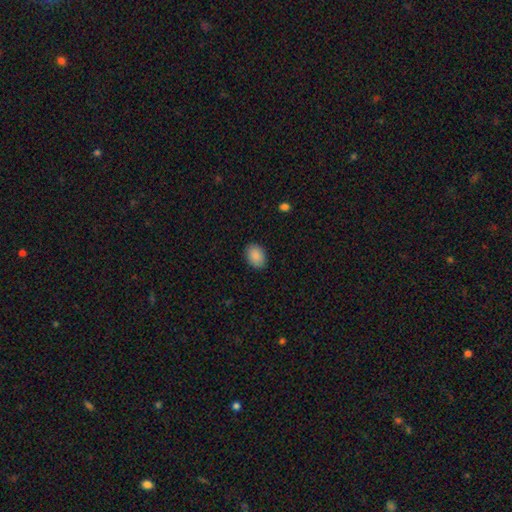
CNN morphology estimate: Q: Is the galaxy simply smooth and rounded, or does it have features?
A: smooth — 89%.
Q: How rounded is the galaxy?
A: in between — 78%.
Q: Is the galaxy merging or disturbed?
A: none — 88%.